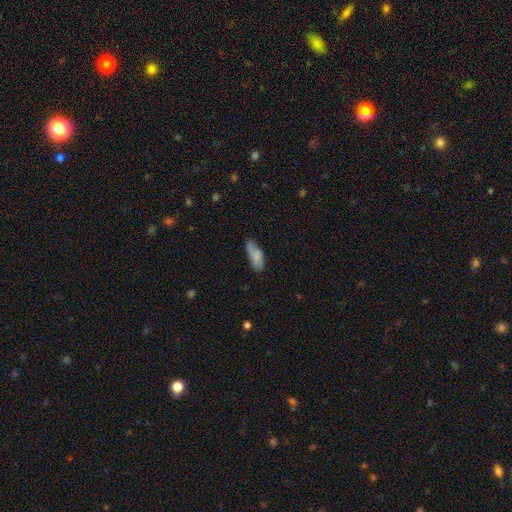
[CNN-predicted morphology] The model was most divided on "merging": none: 53%, minor disturbance: 32%, major disturbance: 11%, merger: 4%. More confident: smooth or featured — smooth (75%); how rounded — in between (75%).